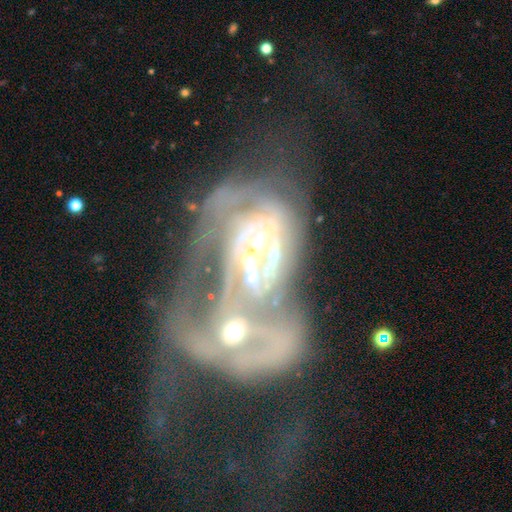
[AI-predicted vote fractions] Overall: featured or disk (76%). Edge-on disk: no (95%). Bar: no (58%; weak 26%). Spiral arms: yes (63%; no 37%). Bulge size: moderate (45%; small 30%). Merging: merger (72%).